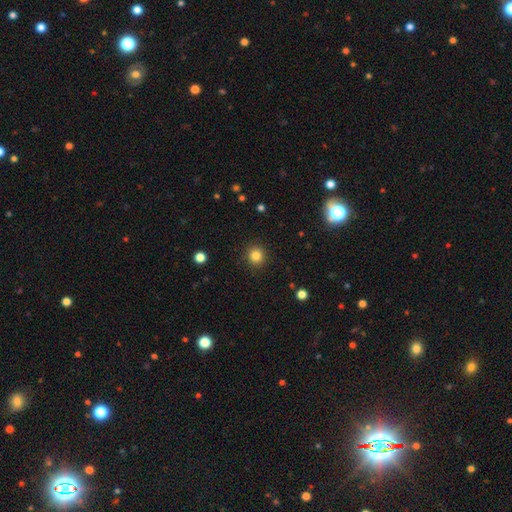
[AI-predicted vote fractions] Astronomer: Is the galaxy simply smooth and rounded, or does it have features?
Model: smooth — 84%.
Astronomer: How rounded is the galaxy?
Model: round — 92%.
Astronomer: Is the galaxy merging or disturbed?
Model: none — 91%.